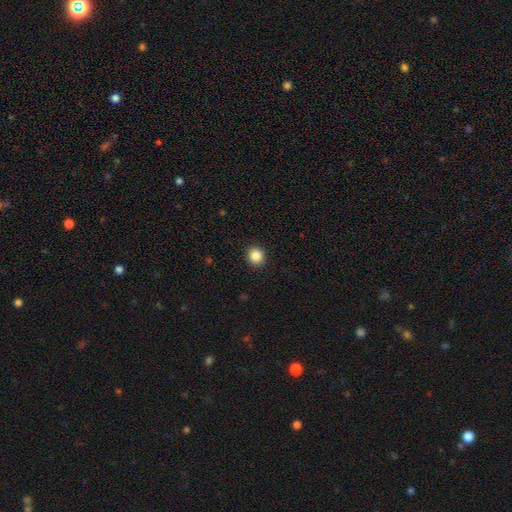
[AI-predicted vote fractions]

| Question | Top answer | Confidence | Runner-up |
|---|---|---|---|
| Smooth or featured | smooth | 86% | star or artifact (10%) |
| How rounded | round | 89% | in between (11%) |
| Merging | none | 92% | minor disturbance (5%) |